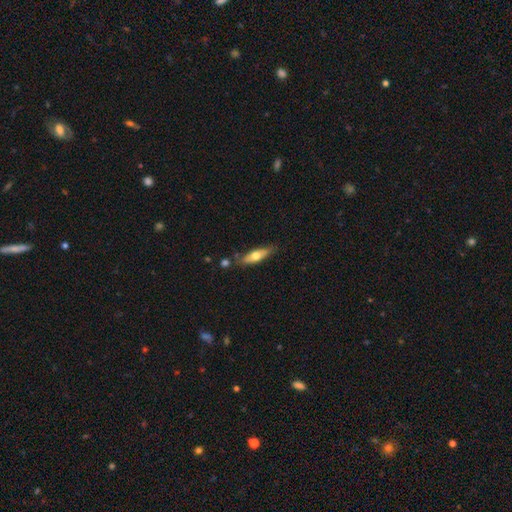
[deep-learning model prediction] Overall: smooth (54%; featured or disk 41%). How rounded: cigar-shaped (59%; in between 39%). Merging: none (74%).